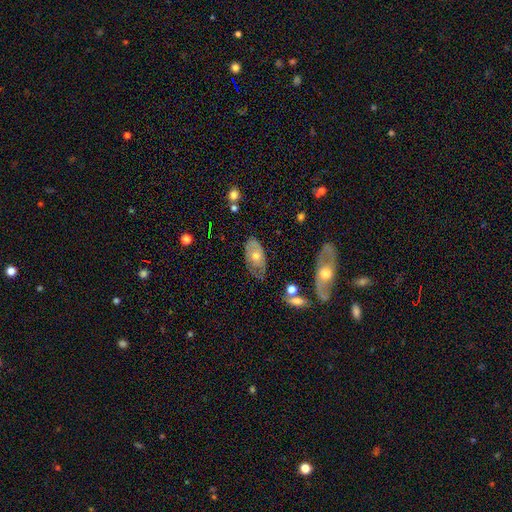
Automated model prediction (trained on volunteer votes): This is possibly a featured or disk galaxy (53%). It is clearly not viewed edge-on (84%). Merging: likely none (63%).